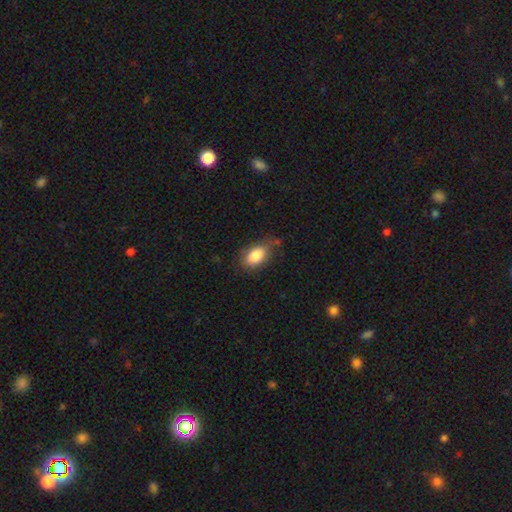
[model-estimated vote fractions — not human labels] The model was most divided on "merging": none: 65%, minor disturbance: 25%, major disturbance: 7%, merger: 3%. More confident: how rounded — in between (89%); smooth or featured — smooth (83%).